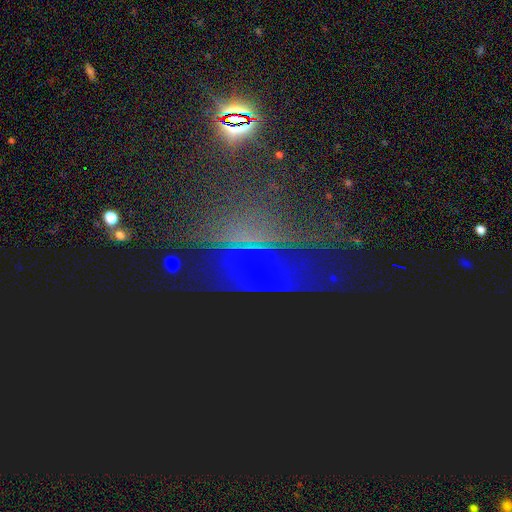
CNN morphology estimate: A star or artifact, not a galaxy (56%).

Vote fractions:
- Smooth or featured? star or artifact: 56% / featured or disk: 30% / smooth: 14%